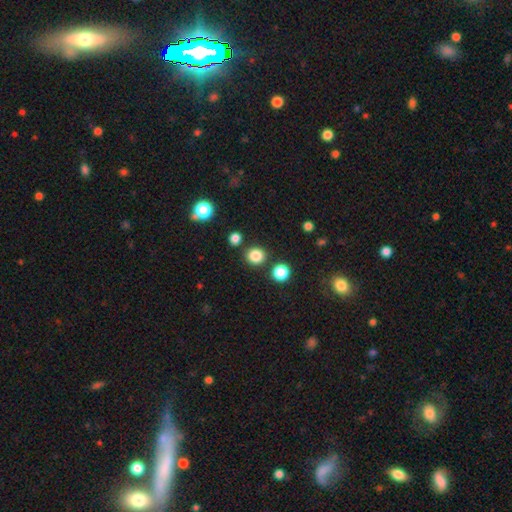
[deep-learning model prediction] Overall: smooth (83%). How rounded: round (88%). Merging: none (85%).